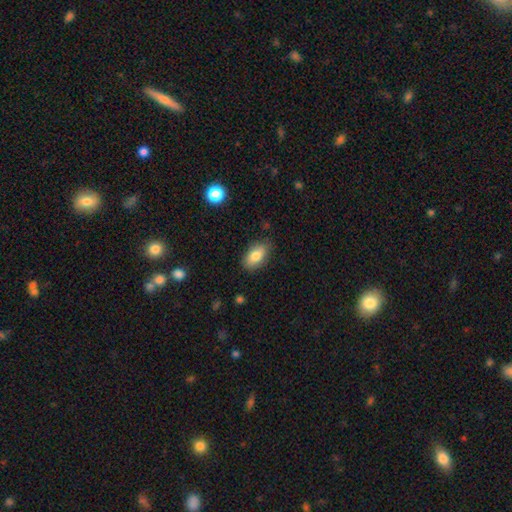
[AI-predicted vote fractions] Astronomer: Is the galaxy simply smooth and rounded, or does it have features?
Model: smooth — 82%.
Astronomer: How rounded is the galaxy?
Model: in between — 91%.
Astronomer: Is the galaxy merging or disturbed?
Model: none — 82%.